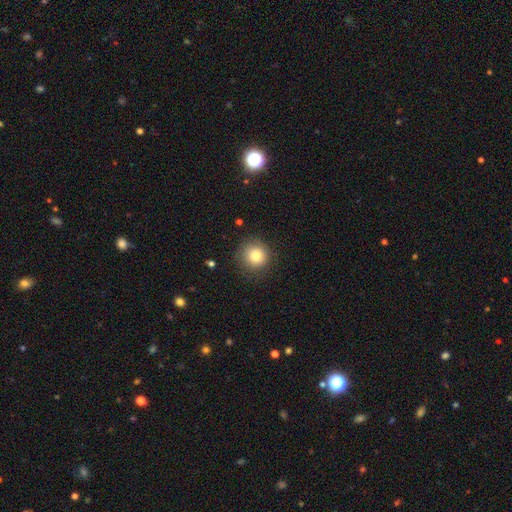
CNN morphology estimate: This appears to be a smooth galaxy with no disk features (82%) that is round (94%). Merging: none (87%).